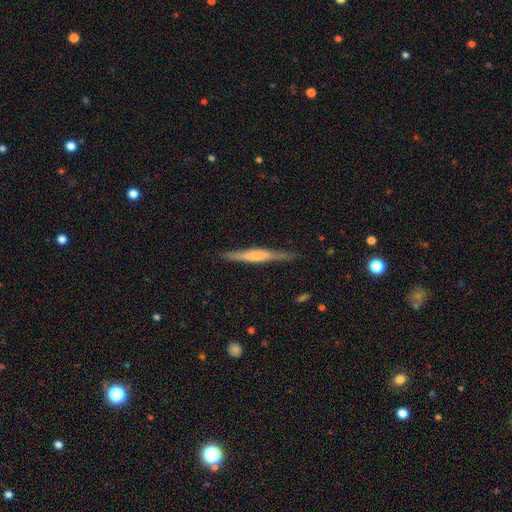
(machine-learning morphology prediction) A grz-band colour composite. It shows a featured or disk galaxy (59%) viewed edge-on (96%) with a rounded central bulge (45%). Merging: none (86%).